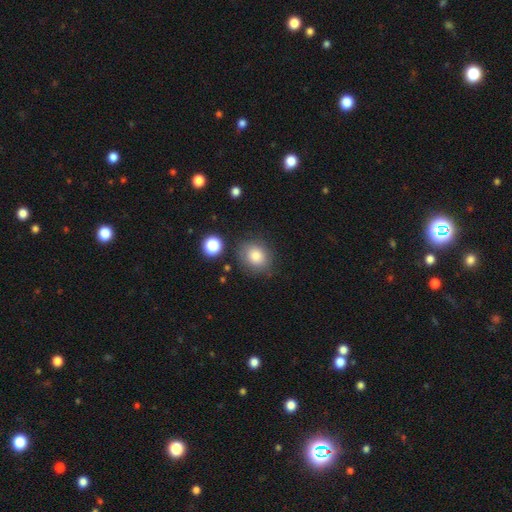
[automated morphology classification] Smooth or featured? smooth (81%)
How rounded? round (66%)
Merging? none (79%)